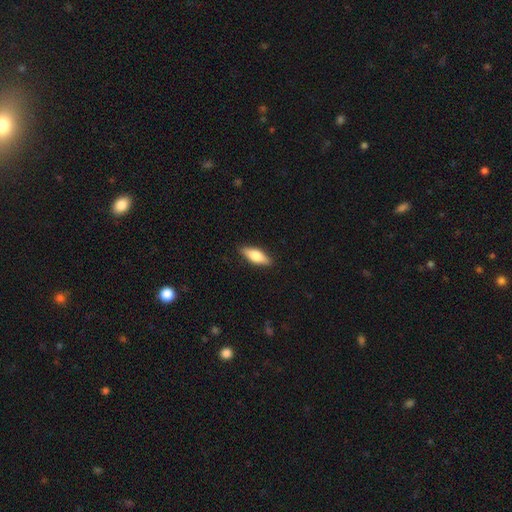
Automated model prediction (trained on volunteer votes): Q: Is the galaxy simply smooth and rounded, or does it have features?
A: smooth — 65%.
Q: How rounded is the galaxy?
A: in between — 66%.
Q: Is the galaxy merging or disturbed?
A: none — 88%.